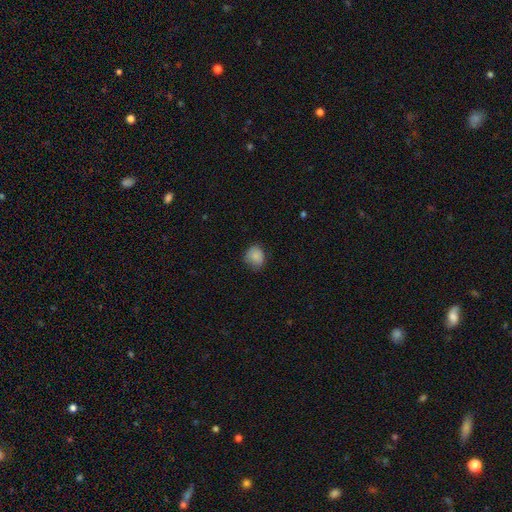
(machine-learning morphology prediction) This is clearly a smooth galaxy (84%). How rounded: likely round (71%). Merging: likely none (69%).